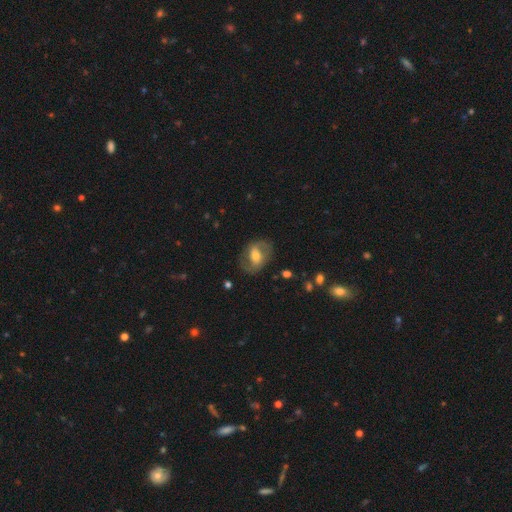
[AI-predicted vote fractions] The model was most divided on "bar": weak: 40%, no: 32%, strong: 27%. More confident: edge-on disk — no (95%); spiral arms — yes (75%); merging — none (73%); bulge size — moderate (59%); smooth or featured — featured or disk (59%).